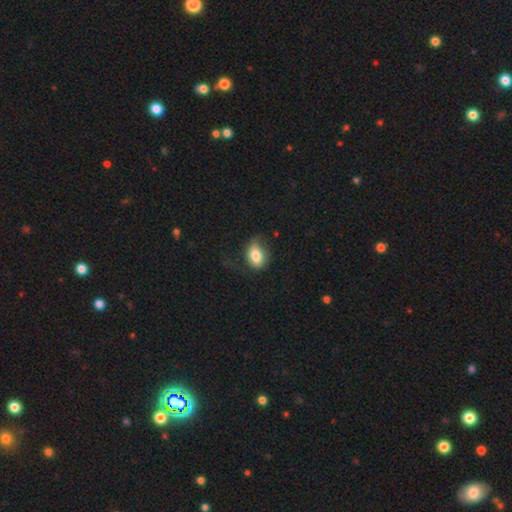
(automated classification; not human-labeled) This is likely a smooth galaxy (77%). How rounded: clearly in between (80%). Merging: possibly none (50%).